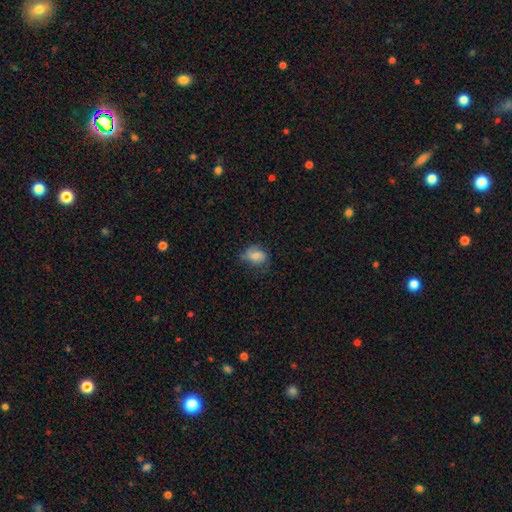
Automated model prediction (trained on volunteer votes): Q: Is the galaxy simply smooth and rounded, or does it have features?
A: smooth — 65%.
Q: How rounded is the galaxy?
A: in between — 64%.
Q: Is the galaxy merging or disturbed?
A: none — 58%.